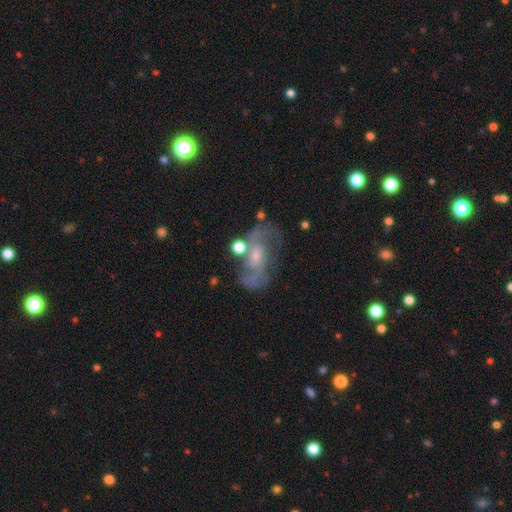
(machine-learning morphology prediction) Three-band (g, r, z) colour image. It shows a featured or disk galaxy (67%) with no bar (52%), spiral arms (76%) and a small central bulge (55%). Merging: none (53%).